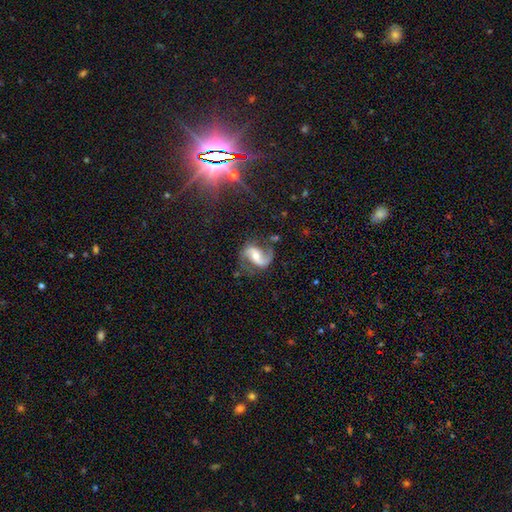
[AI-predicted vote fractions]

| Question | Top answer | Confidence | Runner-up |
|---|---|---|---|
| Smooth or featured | featured or disk | 87% | smooth (7%) |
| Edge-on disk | no | 98% | yes (2%) |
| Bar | weak | 38% | no (34%) |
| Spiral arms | yes | 96% | no (4%) |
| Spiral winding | loose | 47% | medium (42%) |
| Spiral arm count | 2 | 89% | 1 (6%) |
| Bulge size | moderate | 58% | small (34%) |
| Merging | none | 68% | minor disturbance (18%) |